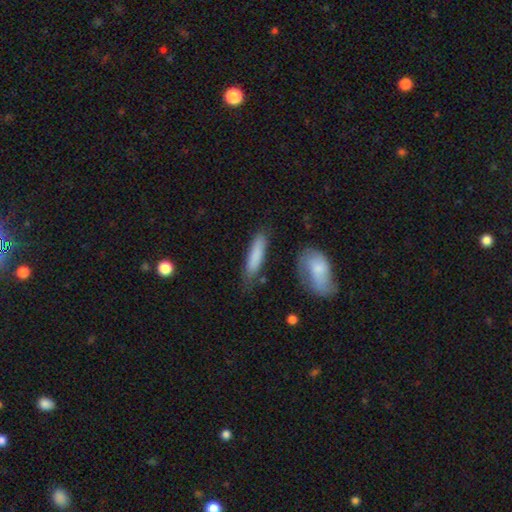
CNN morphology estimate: This is clearly a smooth galaxy (82%). How rounded: likely cigar-shaped (78%). Merging: likely none (74%).